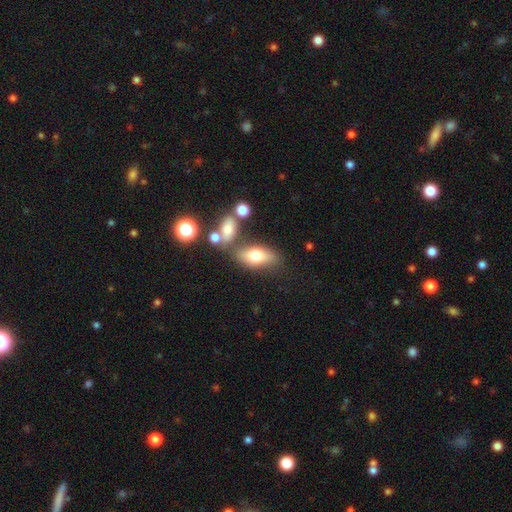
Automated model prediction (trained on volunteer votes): Overall: smooth (68%). How rounded: in between (81%). Merging: none (64%).